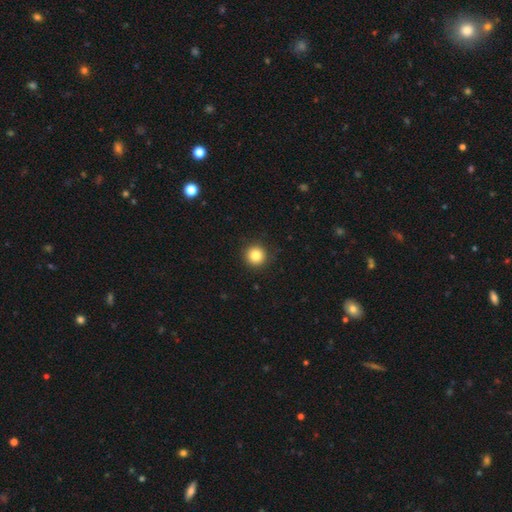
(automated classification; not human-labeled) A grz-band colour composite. It shows a smooth galaxy with no disk features (84%) that is round (95%). Merging: none (91%).